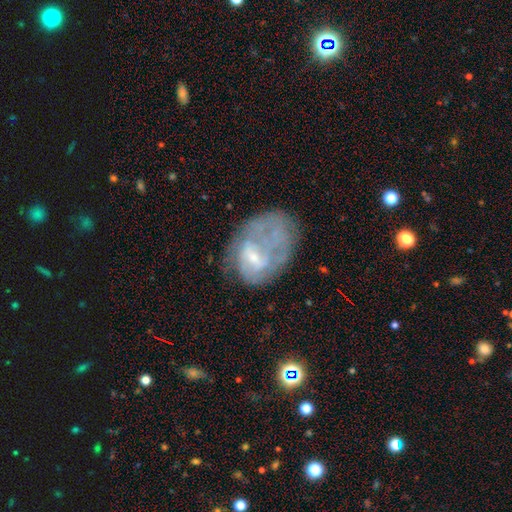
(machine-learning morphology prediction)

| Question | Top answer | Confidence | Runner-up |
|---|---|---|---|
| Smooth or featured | featured or disk | 56% | smooth (33%) |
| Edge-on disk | no | 97% | yes (3%) |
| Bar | no | 54% | weak (37%) |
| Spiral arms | no | 63% | yes (37%) |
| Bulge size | small | 51% | moderate (25%) |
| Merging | none | 35% | major disturbance (33%) |